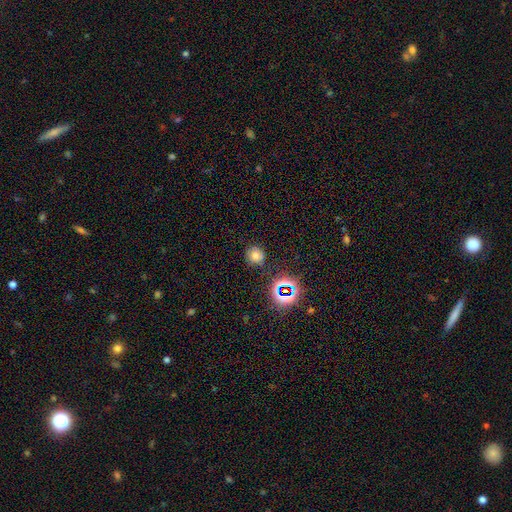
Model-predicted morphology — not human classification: smooth-or-featured: smooth: 67% | star or artifact: 24% | featured or disk: 10%
  how-rounded: round: 89% | in between: 10% | cigar-shaped: 1%
  merging: none: 82% | minor disturbance: 11% | major disturbance: 4% | merger: 3%